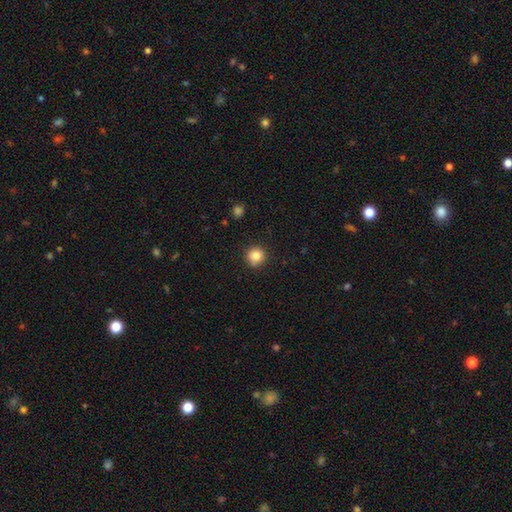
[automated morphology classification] This is clearly a smooth galaxy (84%). How rounded: clearly round (93%). Merging: clearly none (89%).